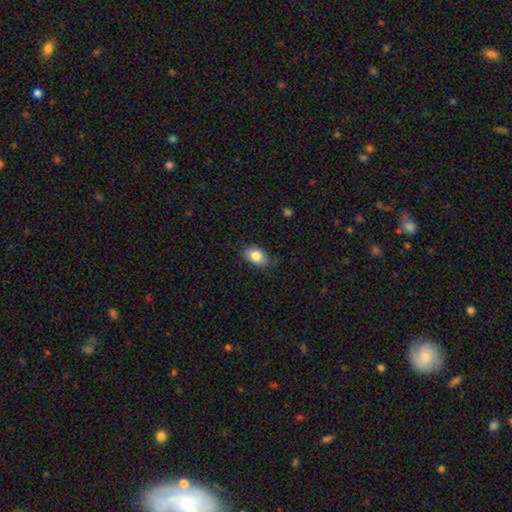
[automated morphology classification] This is clearly a smooth galaxy (84%). How rounded: clearly in between (83%). Merging: likely none (79%).